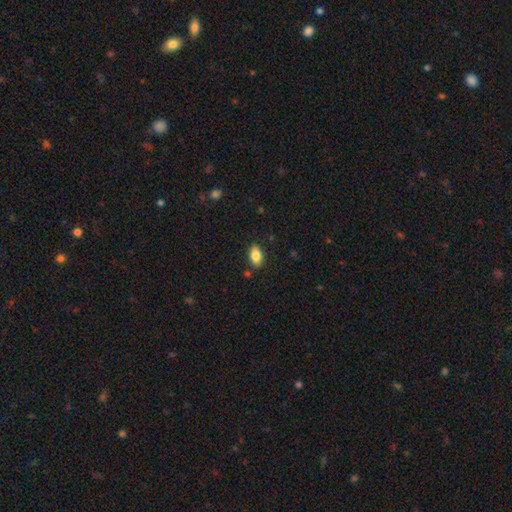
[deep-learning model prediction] Q: Smooth or featured?
A: smooth (83%); runner-up: featured or disk (9%)
Q: How rounded?
A: in between (90%); runner-up: round (6%)
Q: Merging?
A: none (86%); runner-up: minor disturbance (10%)